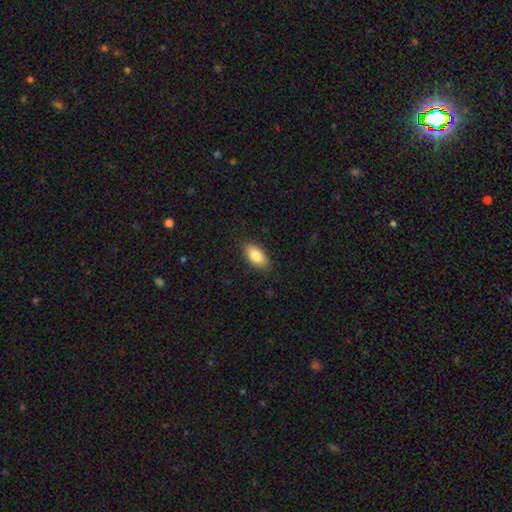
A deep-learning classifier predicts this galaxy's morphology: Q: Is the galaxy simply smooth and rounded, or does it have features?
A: smooth — 83%.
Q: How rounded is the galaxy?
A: in between — 91%.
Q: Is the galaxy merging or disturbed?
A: none — 87%.